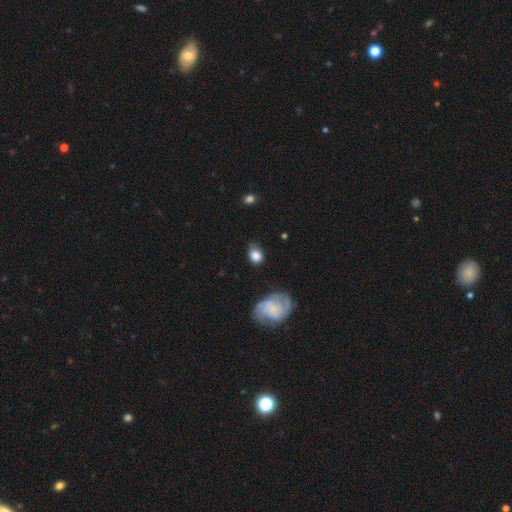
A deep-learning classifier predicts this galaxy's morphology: smooth-or-featured: smooth: 74% | featured or disk: 17% | star or artifact: 9%
  how-rounded: in between: 50% | round: 49% | cigar-shaped: 1%
  merging: none: 62% | minor disturbance: 25% | major disturbance: 9% | merger: 3%